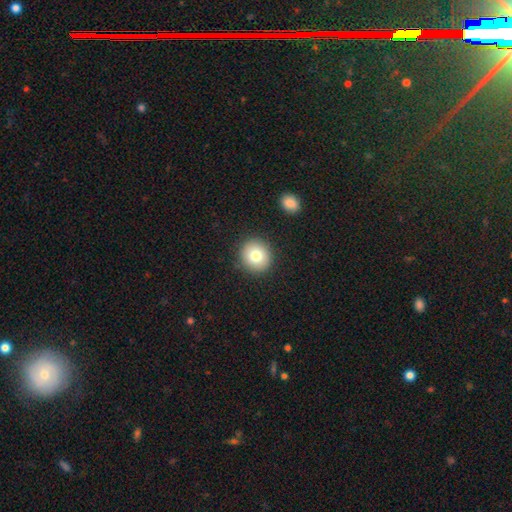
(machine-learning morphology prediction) type=smooth (78%); roundness=round (89%); merging=none (90%).